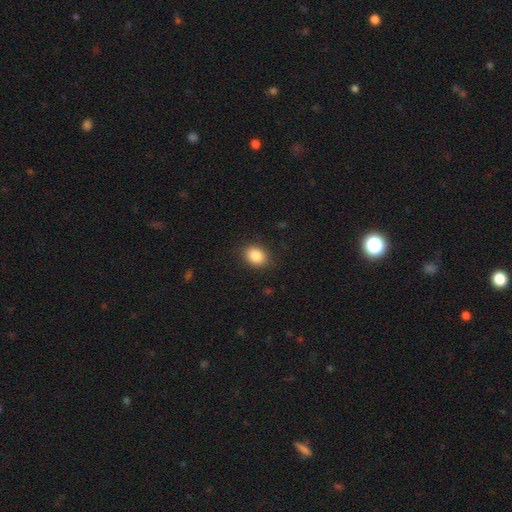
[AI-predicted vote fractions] smooth 87%, star or artifact 8%, featured or disk 4%. Down the decision tree: how rounded — in between (55%); merging — none (87%).